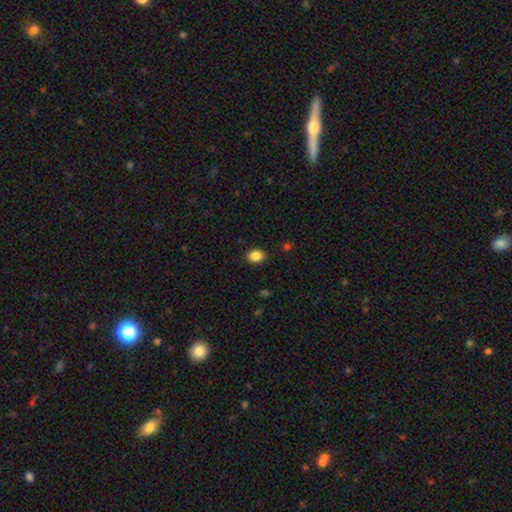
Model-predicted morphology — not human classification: The model was most divided on "how rounded": in between: 60%, round: 39%, cigar-shaped: 1%. More confident: merging — none (88%); smooth or featured — smooth (86%).